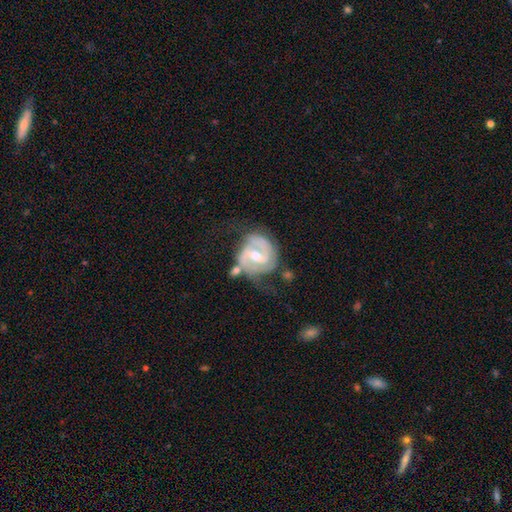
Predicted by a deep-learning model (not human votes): Smooth or featured?
  - featured or disk: 87% *
  - smooth: 9%
  - star or artifact: 5%
Edge-on disk?
  - no: 98% *
  - yes: 2%
Bar?
  - weak: 51% *
  - strong: 27%
  - no: 22%
Spiral arms?
  - yes: 95% *
  - no: 5%
Spiral winding?
  - tight: 48% *
  - medium: 40%
  - loose: 12%
Spiral arm count?
  - 2: 72% *
  - 3: 11%
  - can't tell: 10%
  - 1: 3%
  - 4: 2%
  - more than 4: 2%
Bulge size?
  - moderate: 65% *
  - small: 30%
  - large: 3%
  - none: 1%
  - dominant: 1%
Merging?
  - none: 50% *
  - minor disturbance: 25%
  - major disturbance: 16%
  - merger: 9%